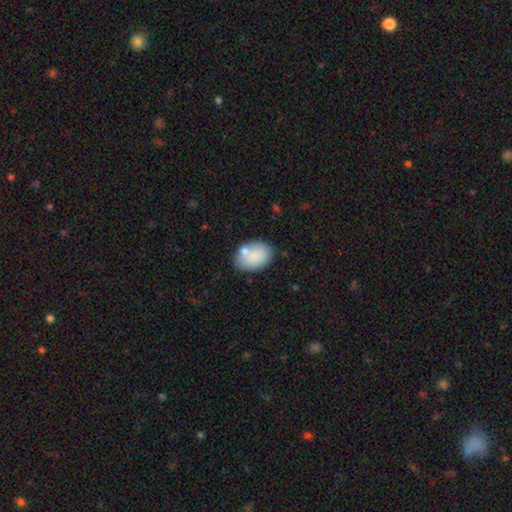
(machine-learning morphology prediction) This appears to be a smooth galaxy with no disk features (82%) that is in between round and cigar-shaped (80%). Merging: none (69%).